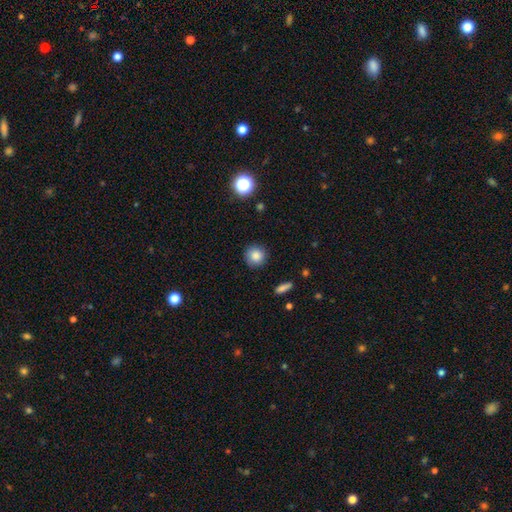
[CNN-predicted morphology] Q: Smooth or featured?
A: smooth (84%); runner-up: star or artifact (10%)
Q: How rounded?
A: round (92%); runner-up: in between (7%)
Q: Merging?
A: none (88%); runner-up: minor disturbance (9%)